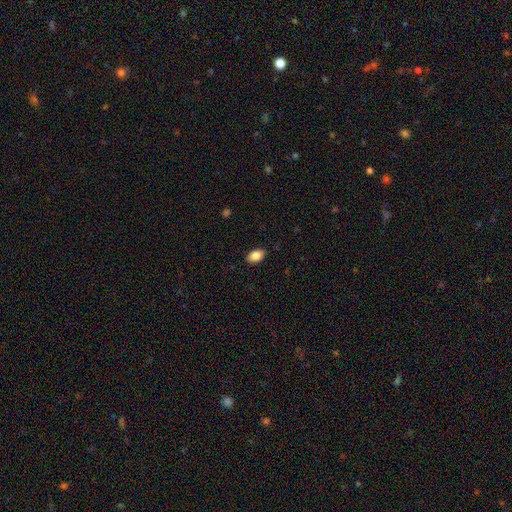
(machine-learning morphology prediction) smooth 86%, star or artifact 8%, featured or disk 7%. Down the decision tree: how rounded — in between (89%); merging — none (87%).